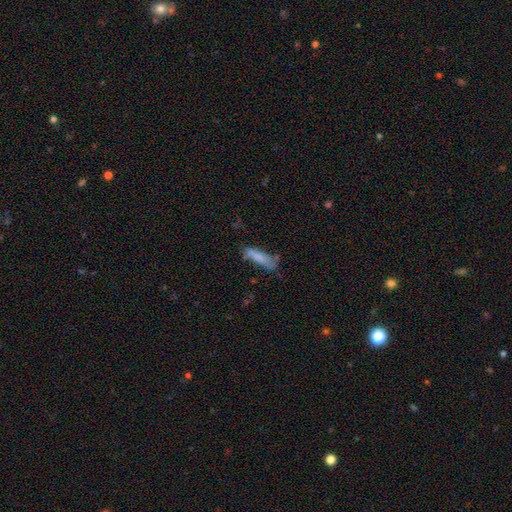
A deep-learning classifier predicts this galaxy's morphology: Q: Smooth or featured?
A: smooth (61%); runner-up: featured or disk (29%)
Q: How rounded?
A: cigar-shaped (72%); runner-up: in between (26%)
Q: Merging?
A: none (59%); runner-up: minor disturbance (26%)